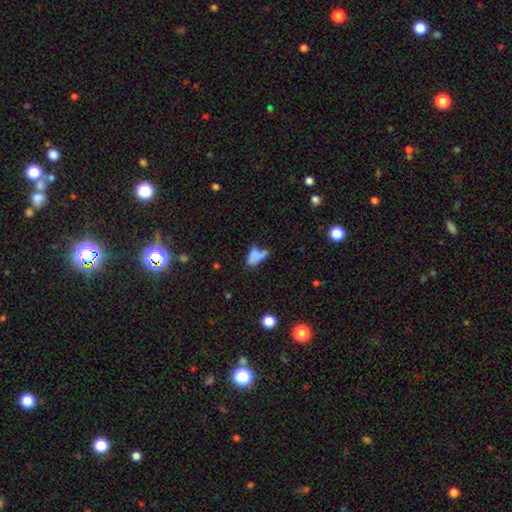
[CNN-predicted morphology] Q: Smooth or featured?
A: smooth (66%); runner-up: featured or disk (20%)
Q: How rounded?
A: in between (84%); runner-up: cigar-shaped (8%)
Q: Merging?
A: merger (29%); runner-up: major disturbance (26%)